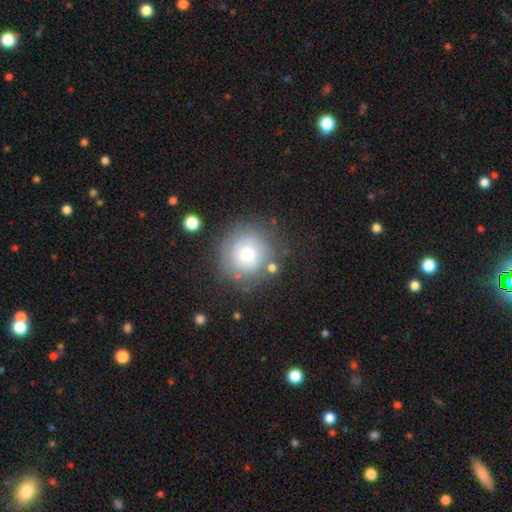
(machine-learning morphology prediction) smooth-or-featured: smooth: 46% | featured or disk: 44% | star or artifact: 11%
  merging: none: 75% | minor disturbance: 14% | major disturbance: 7% | merger: 4%